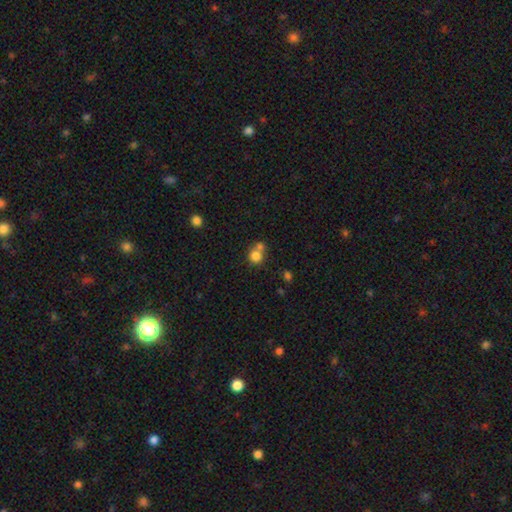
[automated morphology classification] A smooth galaxy with no disk features (79%) that is round (81%). Merging: merger (50%).